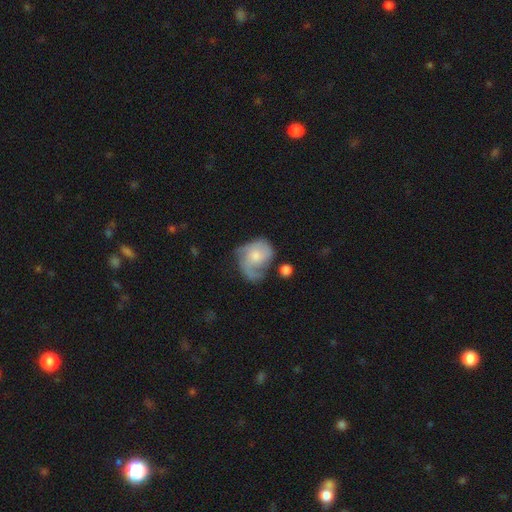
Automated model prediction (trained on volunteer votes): A featured or disk galaxy (60%) with no bar (75%), spiral arms (82%) and a moderate central bulge (44%).

Vote fractions:
- Smooth or featured? featured or disk: 60% / smooth: 34% / star or artifact: 7%
- Edge-on disk? no: 97% / yes: 3%
- Bar? no: 75% / weak: 22% / strong: 3%
- Spiral arms? yes: 82% / no: 18%
- Bulge size? moderate: 44% / small: 43% / none: 7% / large: 5% / dominant: 1%
- Merging? none: 35% / major disturbance: 29% / minor disturbance: 29% / merger: 7%